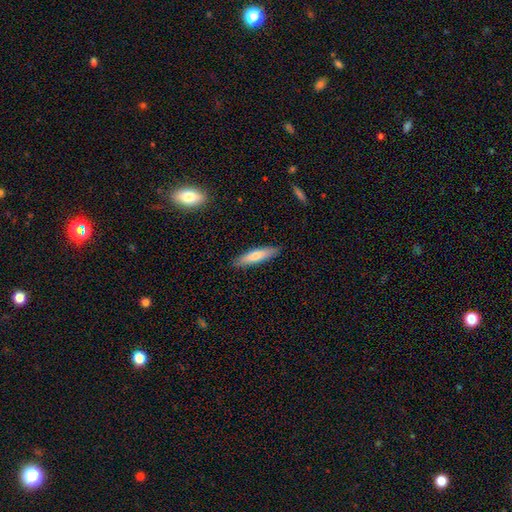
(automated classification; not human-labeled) Morphology: type=smooth (70%); roundness=cigar-shaped (78%); merging=none (89%).